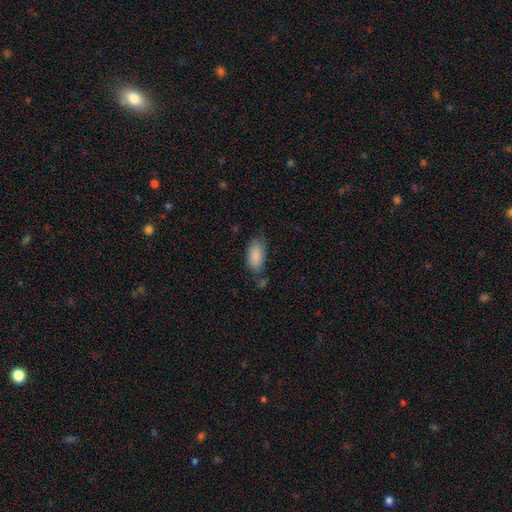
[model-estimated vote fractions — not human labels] Q: Smooth or featured?
A: smooth (86%); runner-up: featured or disk (7%)
Q: How rounded?
A: in between (93%); runner-up: cigar-shaped (4%)
Q: Merging?
A: none (60%); runner-up: minor disturbance (26%)